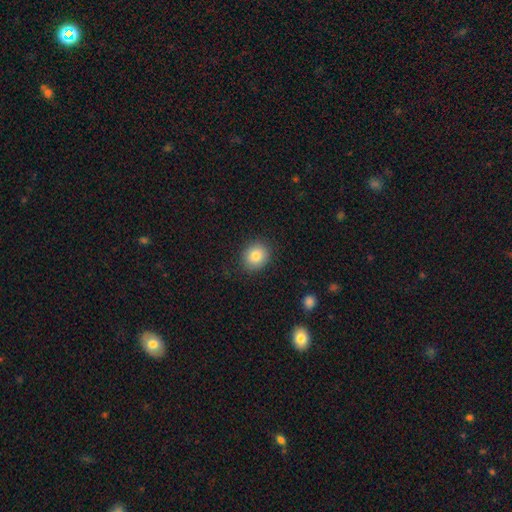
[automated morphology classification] The model was most divided on "how rounded": round: 72%, in between: 27%, cigar-shaped: 1%. More confident: merging — none (87%); smooth or featured — smooth (83%).